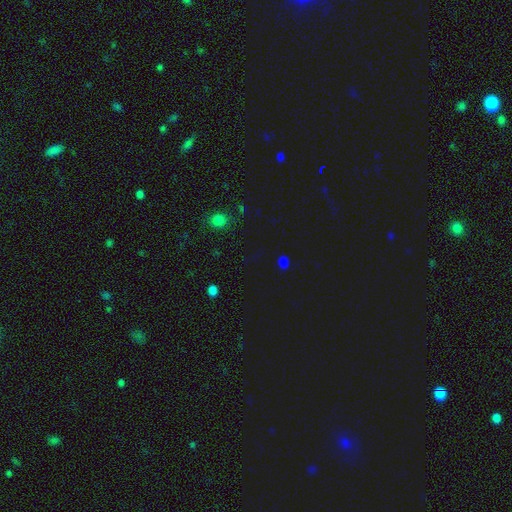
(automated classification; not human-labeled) Smooth or featured? Predicted: smooth (p=0.47, tied with star or artifact). Merging? Predicted: none (p=0.83).